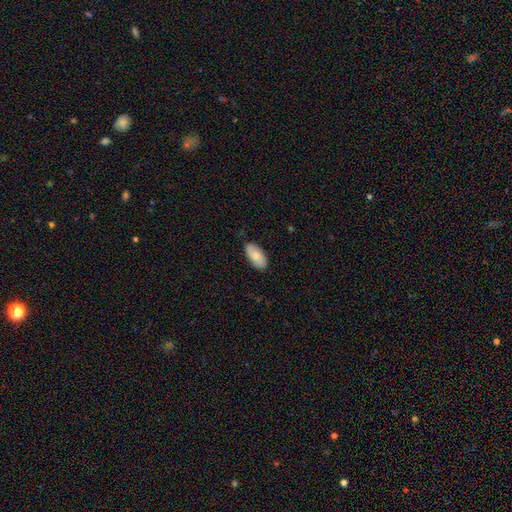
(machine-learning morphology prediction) Overall: smooth (78%). How rounded: in between (93%). Merging: none (86%).